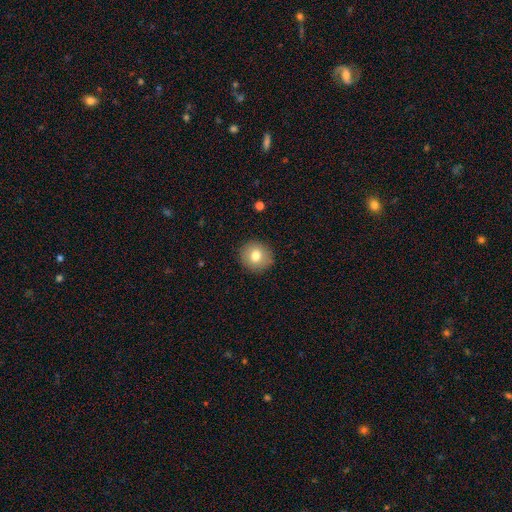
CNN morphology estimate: smooth 78%, featured or disk 13%, star or artifact 9%. Down the decision tree: how rounded — round (89%); merging — none (90%).